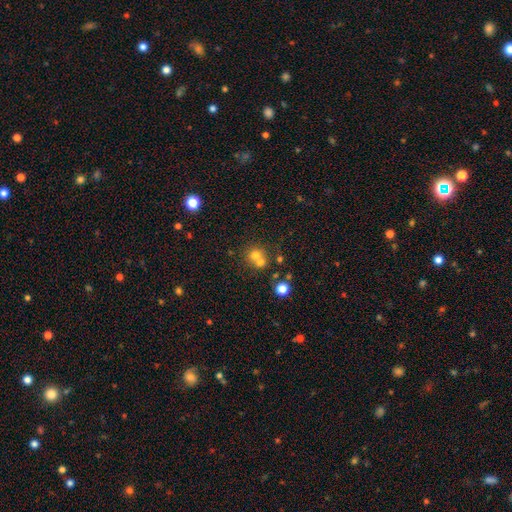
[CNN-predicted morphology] smooth_or_featured: smooth (p=0.68) [alt: star or artifact p=0.16]
how_rounded: round (p=0.85) [alt: in between p=0.14]
merging: merger (p=0.47) [alt: none p=0.43]